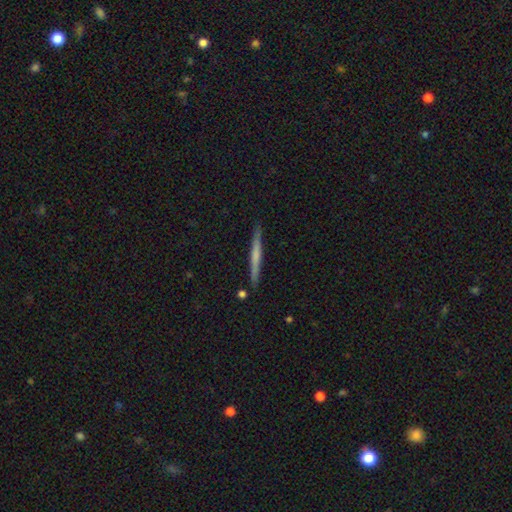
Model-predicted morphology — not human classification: Overall: featured or disk (50%; smooth 45%). Merging: none (90%).